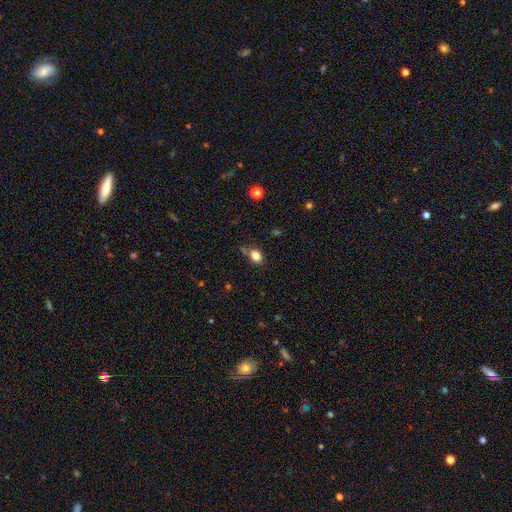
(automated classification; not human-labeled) smooth 82%, star or artifact 11%, featured or disk 6%. Down the decision tree: how rounded — in between (69%); merging — none (70%).